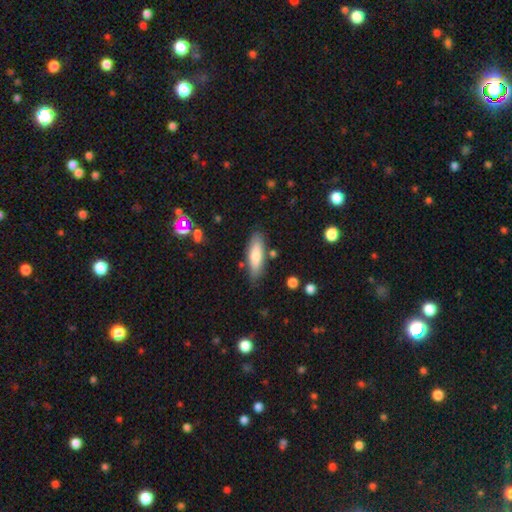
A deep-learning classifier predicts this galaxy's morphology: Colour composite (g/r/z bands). It shows a smooth galaxy with no disk features (75%) that is in between round and cigar-shaped (52%). Merging: none (79%).